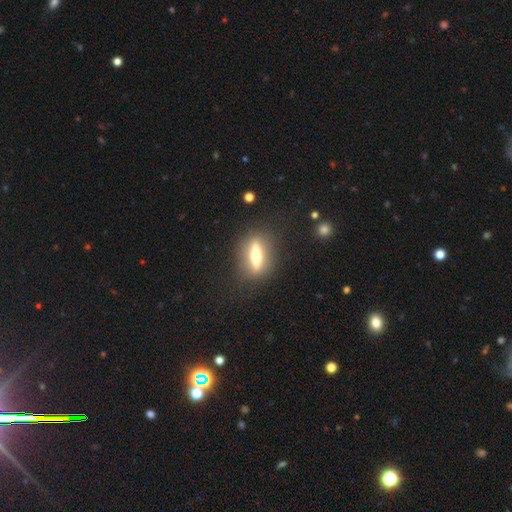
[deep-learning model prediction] This appears to be a featured or disk galaxy (60%) viewed edge-on (77%). Merging: none (84%).